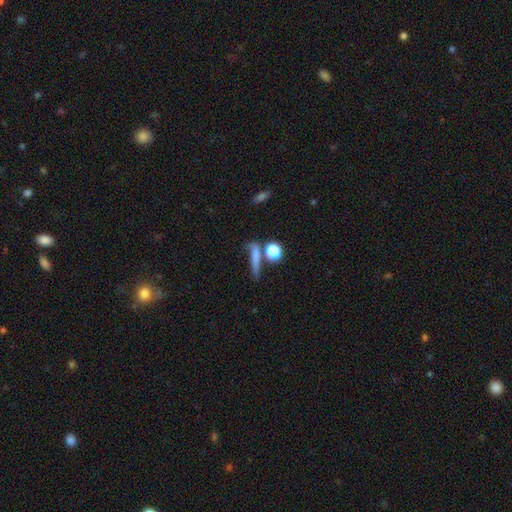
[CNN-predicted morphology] Q: Smooth or featured?
A: smooth (62%); runner-up: featured or disk (24%)
Q: How rounded?
A: cigar-shaped (59%); runner-up: in between (22%)
Q: Merging?
A: none (44%); runner-up: merger (21%)